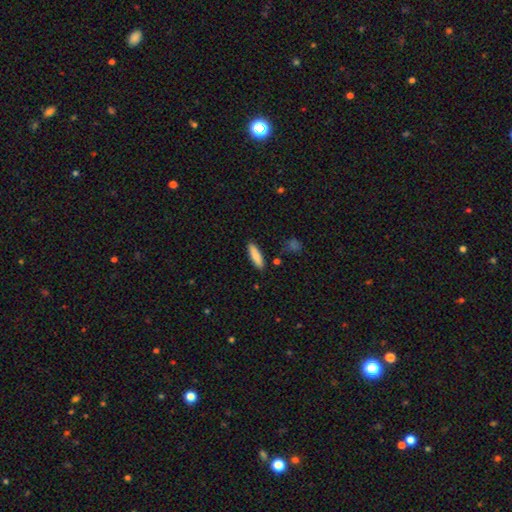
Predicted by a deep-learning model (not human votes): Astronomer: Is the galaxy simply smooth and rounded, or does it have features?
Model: smooth — 86%.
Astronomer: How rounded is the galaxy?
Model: cigar-shaped — 64%.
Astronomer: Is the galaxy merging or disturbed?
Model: none — 88%.